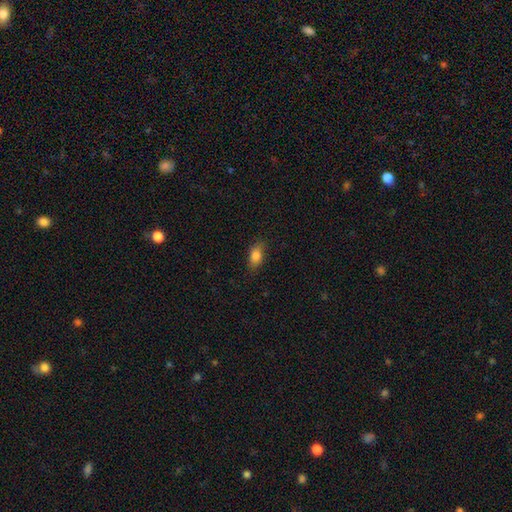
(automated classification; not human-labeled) Overall: smooth (83%). How rounded: in between (85%). Merging: none (81%).